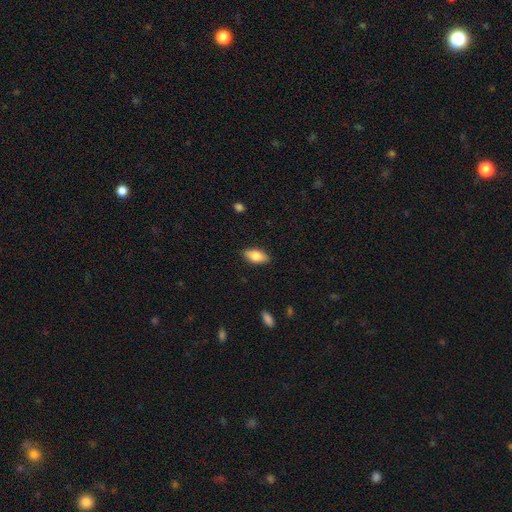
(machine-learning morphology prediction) A smooth galaxy with no disk features (77%) that is in between round and cigar-shaped (88%).

Vote fractions:
- Smooth or featured? smooth: 77% / featured or disk: 17% / star or artifact: 7%
- How rounded? in between: 88% / cigar-shaped: 9% / round: 3%
- Merging? none: 87% / minor disturbance: 10% / major disturbance: 2% / merger: 1%